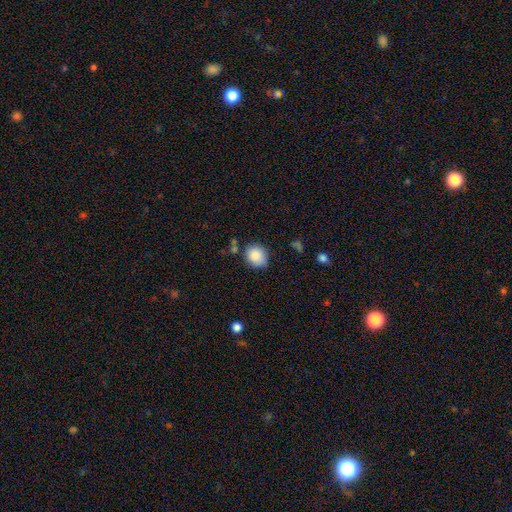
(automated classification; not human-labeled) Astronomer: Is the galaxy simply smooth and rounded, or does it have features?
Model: smooth — 86%.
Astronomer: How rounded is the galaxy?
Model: round — 79%.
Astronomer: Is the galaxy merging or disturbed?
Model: none — 73%.